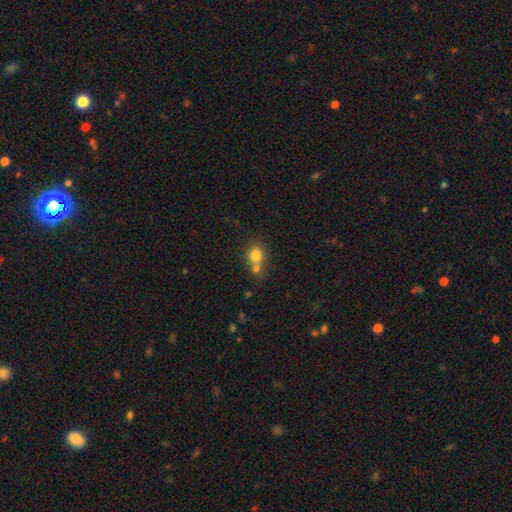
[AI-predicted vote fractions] Smooth or featured? smooth (79%)
How rounded? round (76%)
Merging? none (45%)